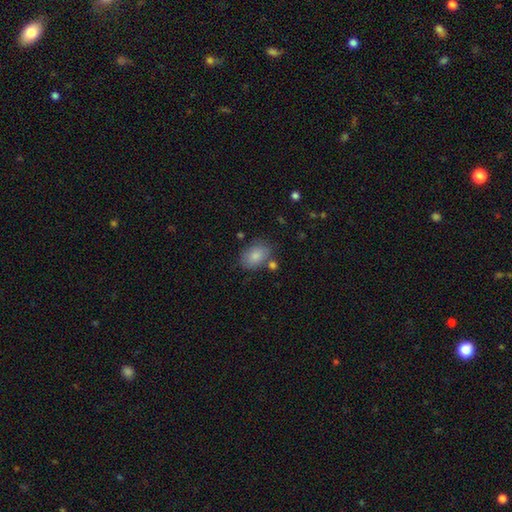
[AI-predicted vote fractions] smooth-or-featured: smooth: 84% | featured or disk: 8% | star or artifact: 7%
  how-rounded: in between: 83% | round: 16% | cigar-shaped: 1%
  merging: none: 71% | minor disturbance: 16% | merger: 9% | major disturbance: 4%